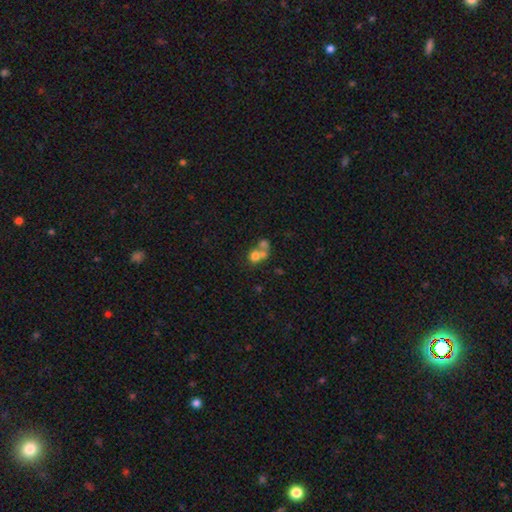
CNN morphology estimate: smooth 66%, featured or disk 21%, star or artifact 13%. Down the decision tree: how rounded — round (78%); merging — merger (60%).